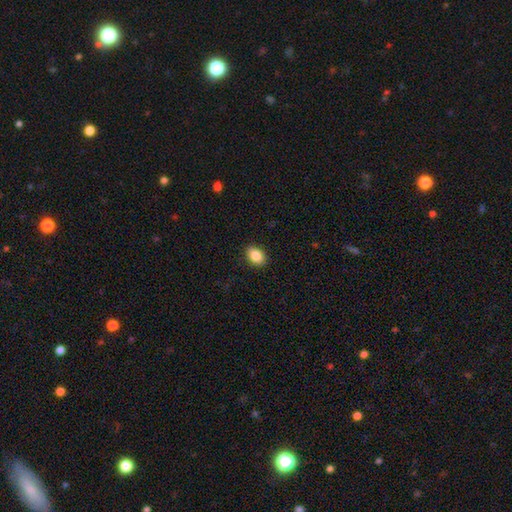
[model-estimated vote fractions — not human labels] smooth_or_featured: smooth (p=0.87) [alt: star or artifact p=0.08]
how_rounded: in between (p=0.81) [alt: round p=0.18]
merging: none (p=0.89) [alt: minor disturbance p=0.08]